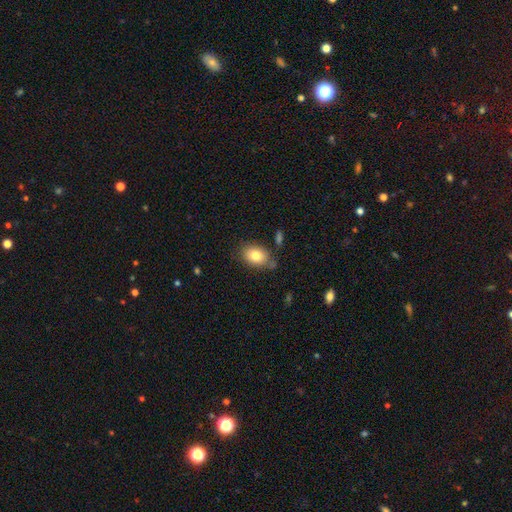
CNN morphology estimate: This appears to be a smooth galaxy with no disk features (80%) that is in between round and cigar-shaped (78%). Merging: none (72%).